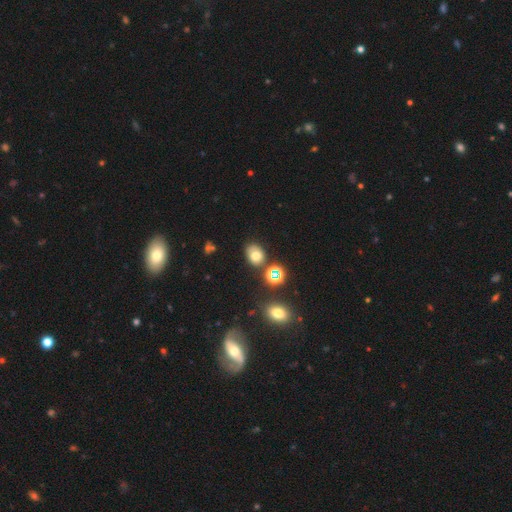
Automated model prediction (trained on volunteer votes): Overall: smooth (68%). How rounded: in between (62%; round 37%). Merging: none (69%).